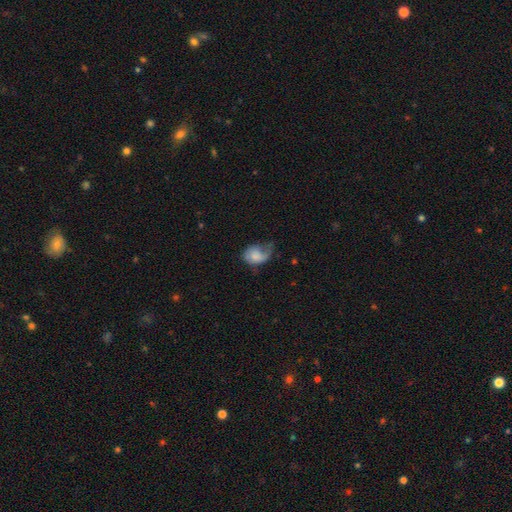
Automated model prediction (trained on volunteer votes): smooth 66%, featured or disk 27%, star or artifact 8%. Down the decision tree: how rounded — in between (69%); merging — major disturbance (39%).